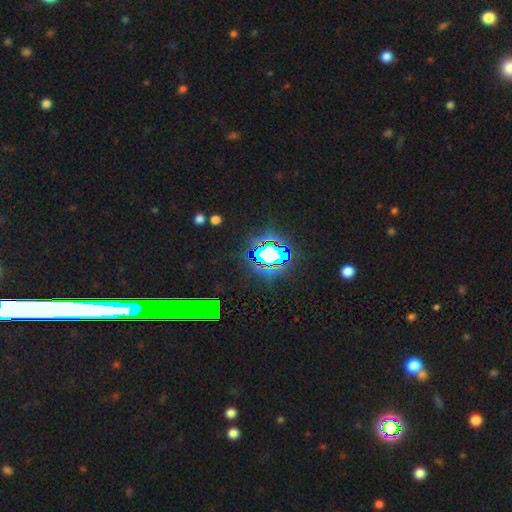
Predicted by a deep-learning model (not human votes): Smooth or featured: star or artifact — 79% (featured or disk — 11%)